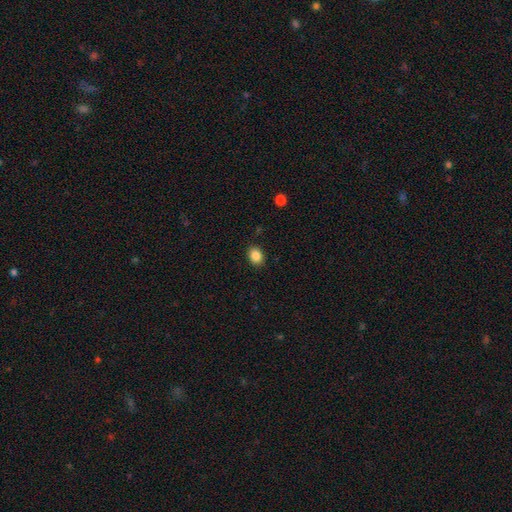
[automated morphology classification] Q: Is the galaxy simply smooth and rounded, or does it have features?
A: smooth — 87%.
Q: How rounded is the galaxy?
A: in between — 60%.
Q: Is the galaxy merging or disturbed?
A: none — 89%.